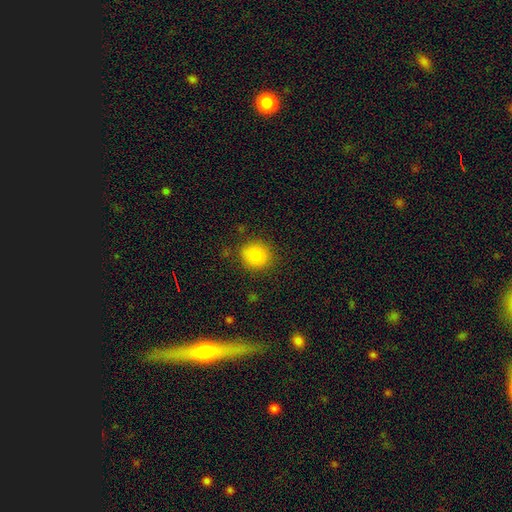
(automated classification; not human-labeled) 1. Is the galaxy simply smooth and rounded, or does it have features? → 81% smooth, 11% star or artifact, 8% featured or disk.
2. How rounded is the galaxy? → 86% round, 13% in between, 1% cigar-shaped.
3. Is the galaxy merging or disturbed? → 85% none, 10% minor disturbance, 3% major disturbance, 2% merger.